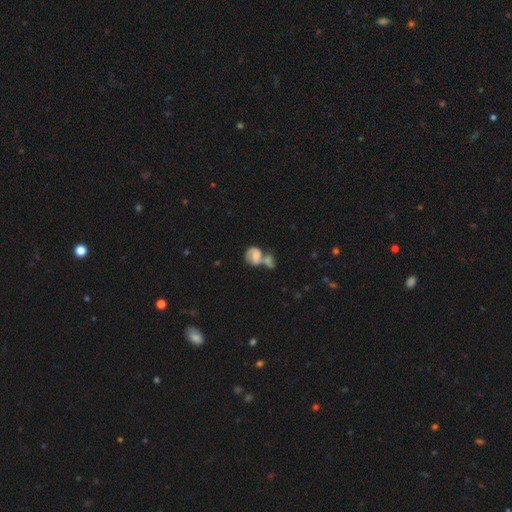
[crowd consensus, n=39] Smooth or featured? 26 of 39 (67%) said smooth. How rounded? 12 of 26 (46%, tied with in between) said round. Merging? 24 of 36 (67%) said merger.